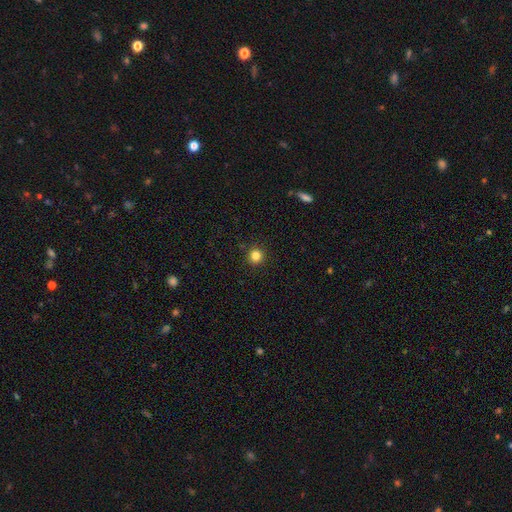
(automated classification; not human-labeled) Morphology: type=smooth (83%); roundness=round (94%); merging=none (92%).